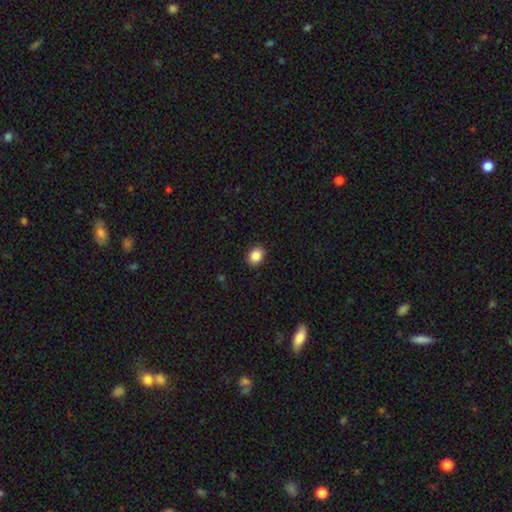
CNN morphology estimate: smooth-or-featured: smooth: 87% | star or artifact: 9% | featured or disk: 4%
  how-rounded: in between: 53% | round: 47% | cigar-shaped: 1%
  merging: none: 90% | minor disturbance: 7% | major disturbance: 2% | merger: 1%